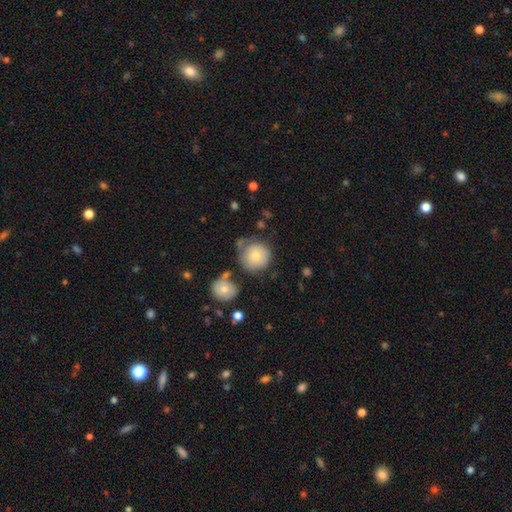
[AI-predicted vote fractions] A smooth galaxy with no disk features (77%) that is round (91%).

Vote fractions:
- Smooth or featured? smooth: 77% / featured or disk: 15% / star or artifact: 8%
- How rounded? round: 91% / in between: 8% / cigar-shaped: 1%
- Merging? none: 55% / minor disturbance: 24% / major disturbance: 12% / merger: 10%